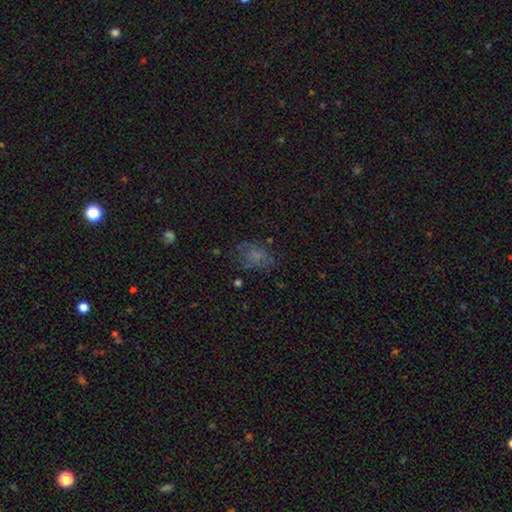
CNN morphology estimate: Smooth or featured: smooth — 61% (star or artifact — 20%)
How rounded: in between — 73% (round — 25%)
Merging: none — 60% (minor disturbance — 23%)